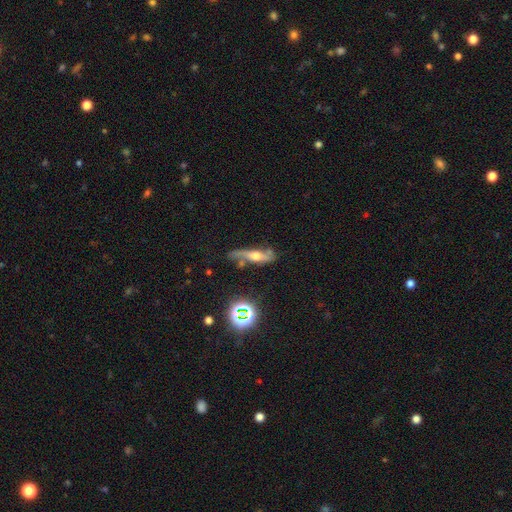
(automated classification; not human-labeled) smooth-or-featured: featured or disk: 55% | smooth: 32% | star or artifact: 14%
  disk-edge-on: yes: 57% | no: 43%
  merging: none: 49% | minor disturbance: 27% | major disturbance: 14% | merger: 9%